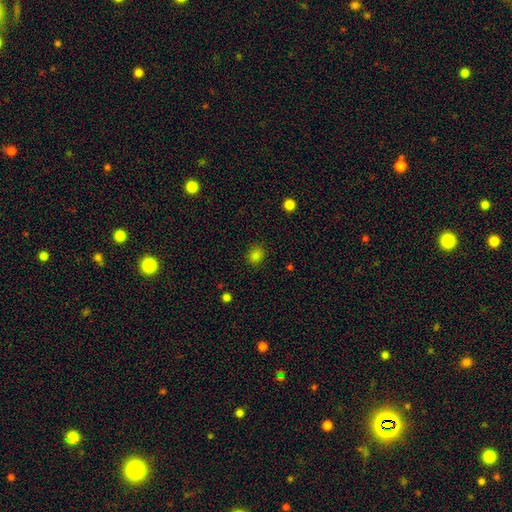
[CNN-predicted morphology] A smooth galaxy with no disk features (82%) that is round (74%). Merging: none (88%).